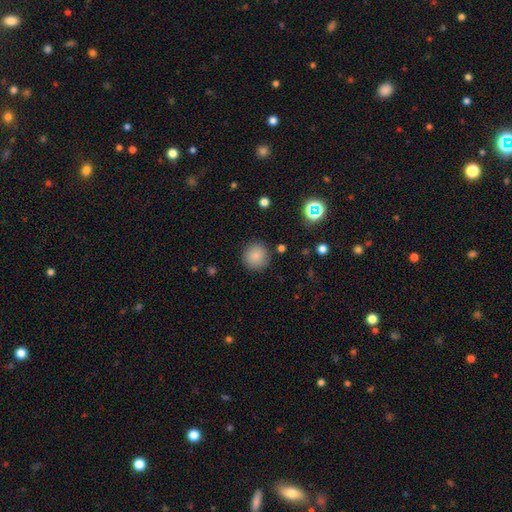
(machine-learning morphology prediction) smooth-or-featured: smooth: 84% | star or artifact: 10% | featured or disk: 5%
  how-rounded: round: 94% | in between: 5% | cigar-shaped: 1%
  merging: none: 88% | minor disturbance: 7% | major disturbance: 3% | merger: 2%